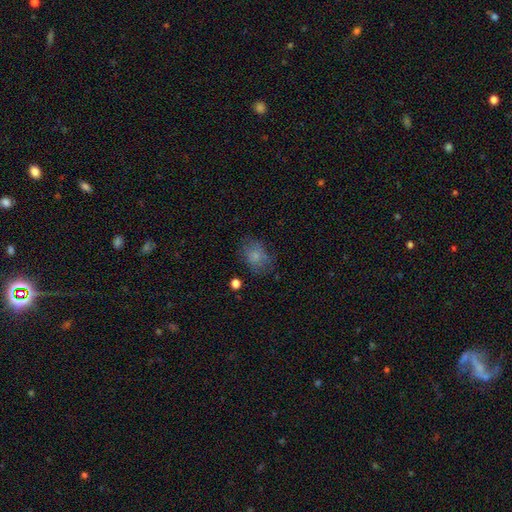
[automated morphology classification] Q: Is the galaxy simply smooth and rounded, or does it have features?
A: smooth — 76%.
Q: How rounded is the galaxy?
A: in between — 67%.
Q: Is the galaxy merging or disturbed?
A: none — 65%.